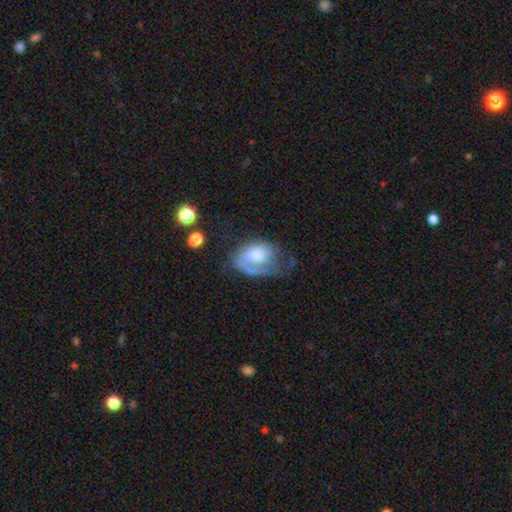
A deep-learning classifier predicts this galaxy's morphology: Q: Smooth or featured?
A: featured or disk (59%); runner-up: smooth (34%)
Q: Edge-on disk?
A: no (97%); runner-up: yes (3%)
Q: Bar?
A: no (73%); runner-up: weak (23%)
Q: Spiral arms?
A: yes (79%); runner-up: no (21%)
Q: Bulge size?
A: moderate (33%); runner-up: large (31%)
Q: Merging?
A: major disturbance (38%); runner-up: none (34%)